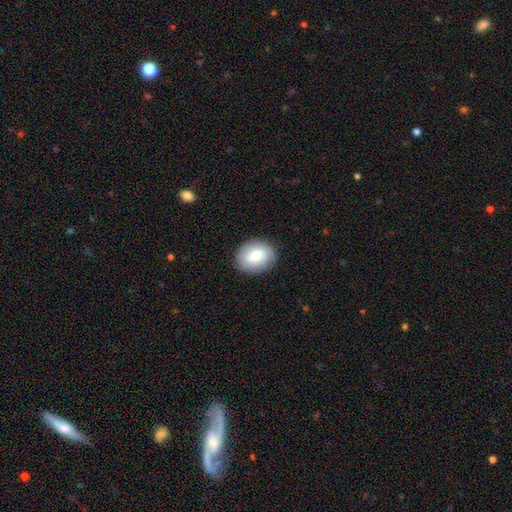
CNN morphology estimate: Q: Smooth or featured?
A: smooth (79%); runner-up: featured or disk (14%)
Q: How rounded?
A: in between (58%); runner-up: round (41%)
Q: Merging?
A: none (87%); runner-up: minor disturbance (9%)